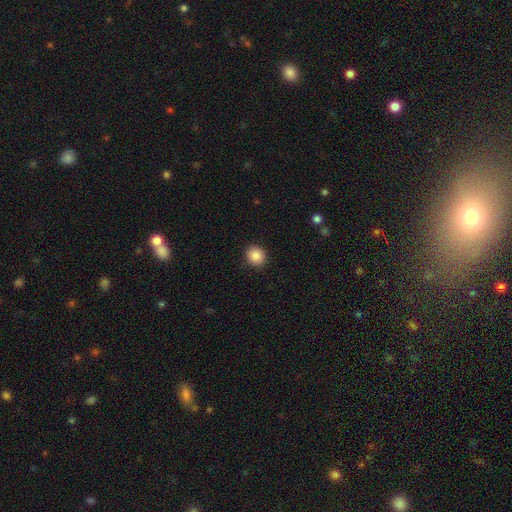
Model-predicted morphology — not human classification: type=smooth (87%); roundness=round (83%); merging=none (91%).